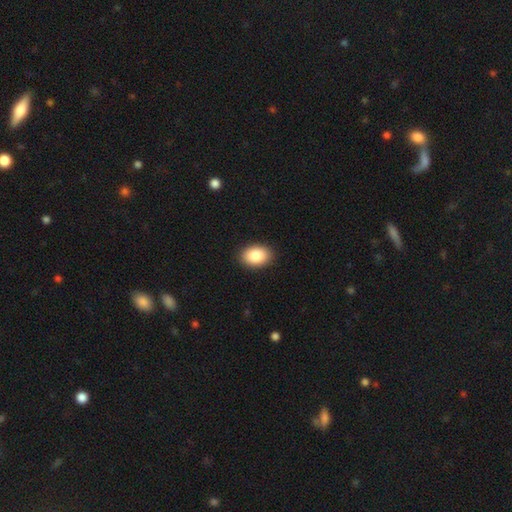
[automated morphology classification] The model was most divided on "how rounded": in between: 83%, round: 16%, cigar-shaped: 1%. More confident: merging — none (90%); smooth or featured — smooth (87%).